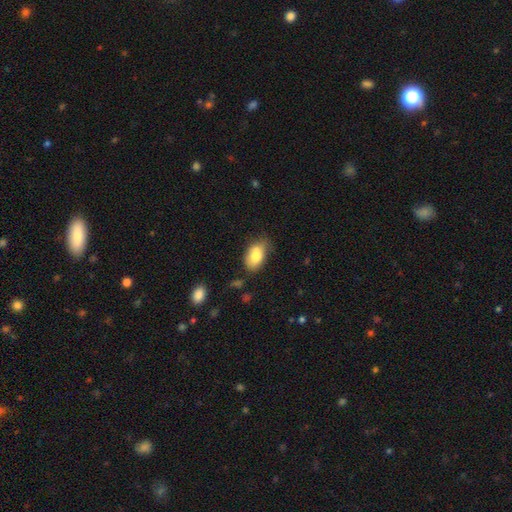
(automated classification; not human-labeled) smooth-or-featured: smooth: 74% | featured or disk: 19% | star or artifact: 8%
  how-rounded: in between: 88% | round: 10% | cigar-shaped: 2%
  merging: none: 48% | minor disturbance: 26% | merger: 19% | major disturbance: 7%